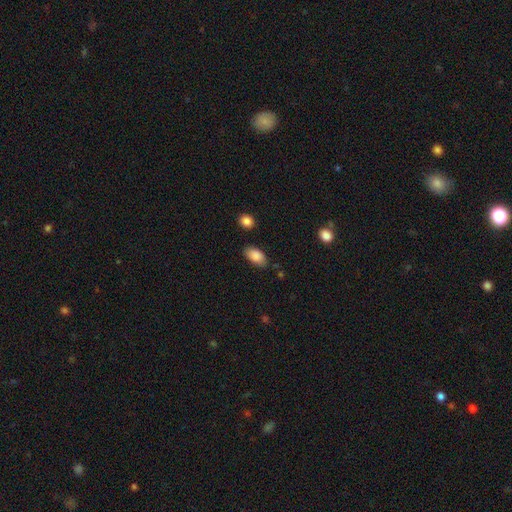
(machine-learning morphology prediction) smooth 87%, star or artifact 7%, featured or disk 6%. Down the decision tree: how rounded — in between (92%); merging — none (78%).